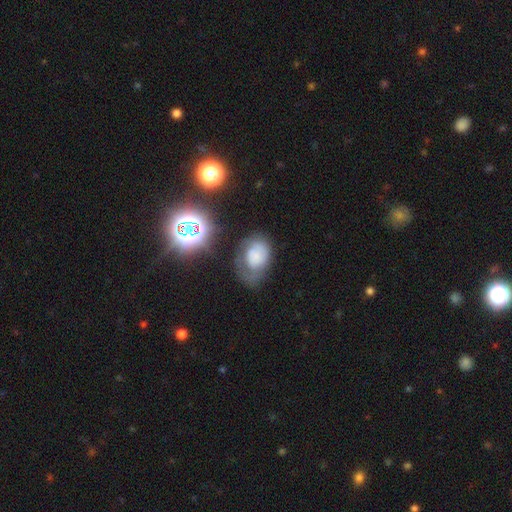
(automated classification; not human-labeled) This is possibly a smooth galaxy (53%). How rounded: likely in between (71%). Merging: marginally none (37%).